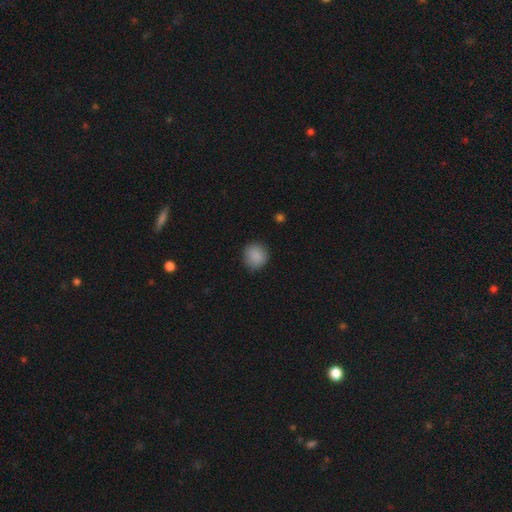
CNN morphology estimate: smooth 88%, star or artifact 8%, featured or disk 4%. Down the decision tree: how rounded — round (87%); merging — none (84%).